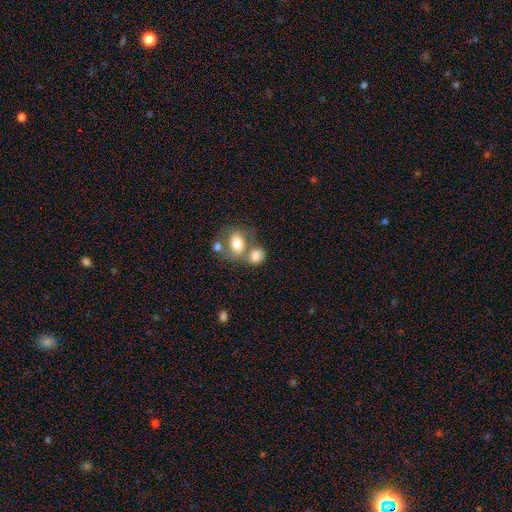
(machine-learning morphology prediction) Smooth or featured?
  - smooth: 77% *
  - featured or disk: 14%
  - star or artifact: 9%
How rounded?
  - in between: 51% *
  - round: 48%
  - cigar-shaped: 1%
Merging?
  - merger: 48% *
  - none: 35%
  - minor disturbance: 11%
  - major disturbance: 6%